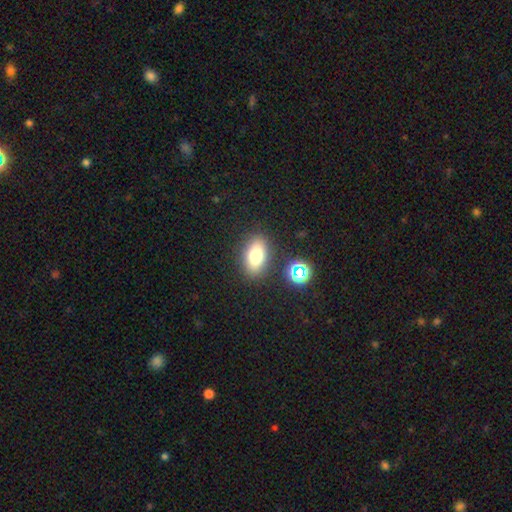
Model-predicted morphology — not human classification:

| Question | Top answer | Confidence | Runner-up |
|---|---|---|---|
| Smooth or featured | smooth | 73% | featured or disk (14%) |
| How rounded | in between | 84% | round (12%) |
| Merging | none | 85% | minor disturbance (9%) |